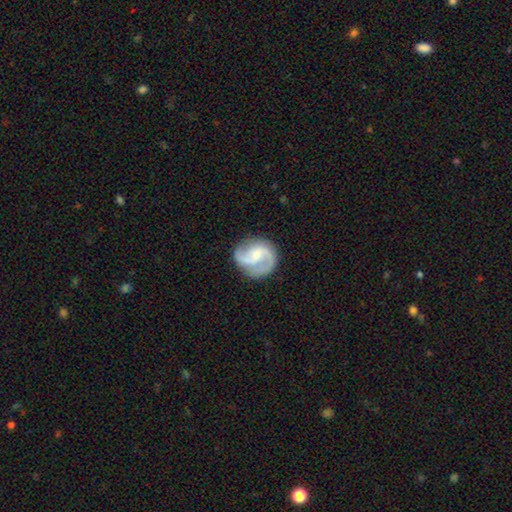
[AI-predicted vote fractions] A featured or disk galaxy (86%) with a weak bar (46%), 2 (89%) medium (52%) spiral arms (97%) and a small central bulge (59%). Merging: none (78%).